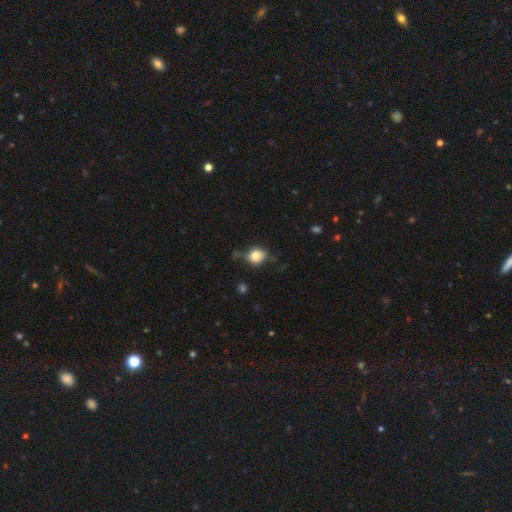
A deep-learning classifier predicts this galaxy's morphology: smooth_or_featured: smooth (p=0.78) [alt: featured or disk p=0.11]
how_rounded: round (p=0.78) [alt: in between p=0.21]
merging: none (p=0.69) [alt: minor disturbance p=0.20]